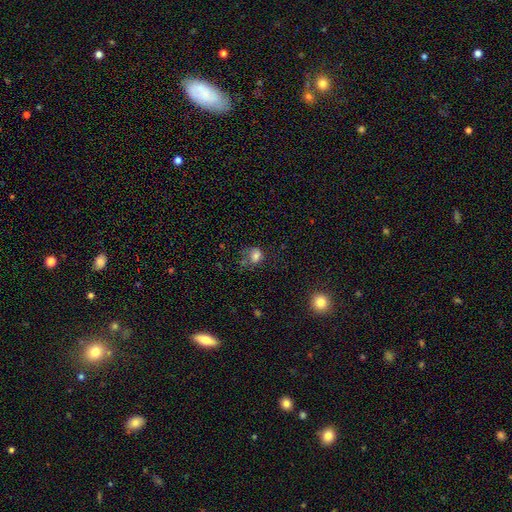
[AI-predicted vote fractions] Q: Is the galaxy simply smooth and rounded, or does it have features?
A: smooth — 75%.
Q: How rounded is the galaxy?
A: round — 58%.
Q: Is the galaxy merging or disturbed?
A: none — 46%.